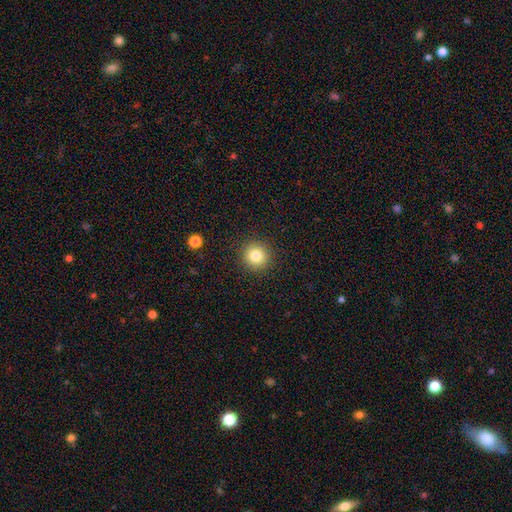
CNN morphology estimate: Q: Smooth or featured?
A: smooth (81%); runner-up: star or artifact (12%)
Q: How rounded?
A: round (94%); runner-up: in between (5%)
Q: Merging?
A: none (91%); runner-up: minor disturbance (5%)